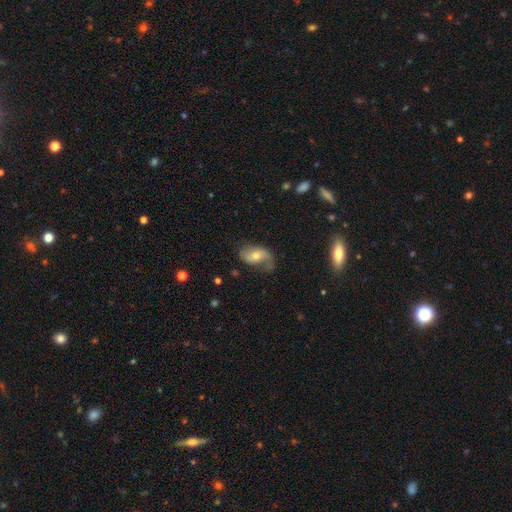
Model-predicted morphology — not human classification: smooth-or-featured: featured or disk: 63% | smooth: 29% | star or artifact: 8%
  disk-edge-on: no: 96% | yes: 4%
    bar: no: 54% | weak: 34% | strong: 11%
    has-spiral-arms: yes: 88% | no: 12%
      spiral-winding: loose: 66% | medium: 26% | tight: 8%
      spiral-arm-count: 2: 68% | 1: 24% | can't tell: 6% | 3: 1% | 4: 1% | more than 4: 1%
    bulge-size: moderate: 52% | small: 40% | large: 4% | none: 3% | dominant: 1%
  merging: none: 53% | minor disturbance: 26% | major disturbance: 19% | merger: 2%